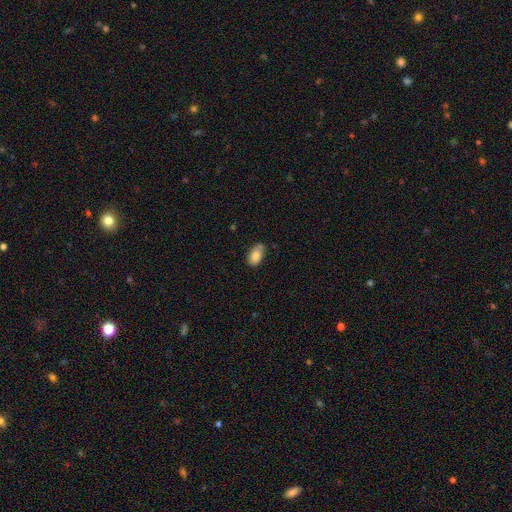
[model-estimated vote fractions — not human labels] This is clearly a smooth galaxy (81%). How rounded: clearly in between (93%). Merging: likely none (68%).